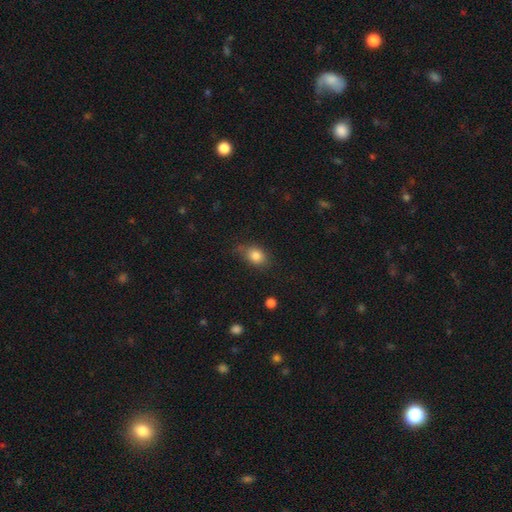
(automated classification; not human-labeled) Smooth or featured: smooth — 83% (star or artifact — 9%)
How rounded: in between — 63% (round — 35%)
Merging: none — 68% (minor disturbance — 25%)